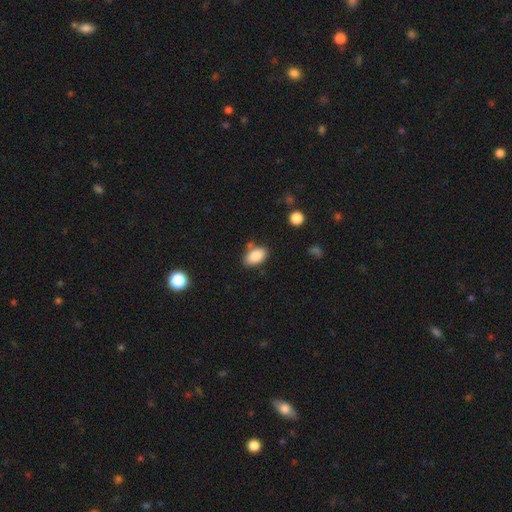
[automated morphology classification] Smooth or featured? Predicted: smooth (p=0.86). How rounded? Predicted: in between (p=0.92). Merging? Predicted: none (p=0.72).